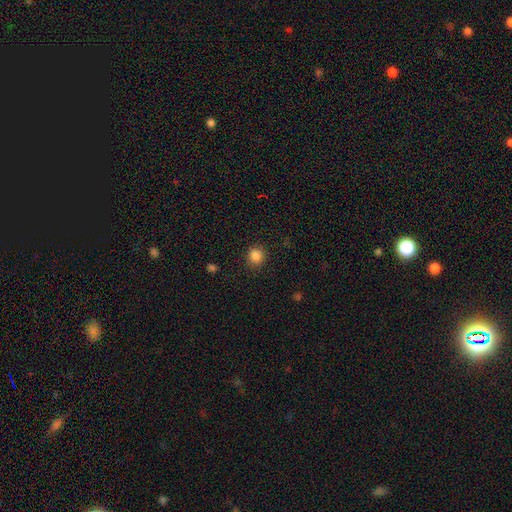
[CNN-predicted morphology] A smooth galaxy with no disk features (86%) that is round (84%).

Vote fractions:
- Smooth or featured? smooth: 86% / star or artifact: 11% / featured or disk: 3%
- How rounded? round: 84% / in between: 15% / cigar-shaped: 1%
- Merging? none: 87% / minor disturbance: 9% / major disturbance: 3% / merger: 1%